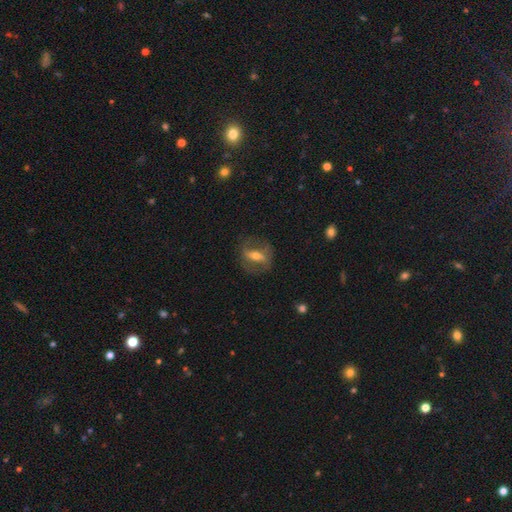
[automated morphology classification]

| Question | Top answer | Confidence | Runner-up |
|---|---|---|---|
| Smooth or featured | featured or disk | 68% | smooth (24%) |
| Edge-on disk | no | 74% | yes (26%) |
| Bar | strong | 63% | weak (23%) |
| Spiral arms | no | 55% | yes (45%) |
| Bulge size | moderate | 61% | small (30%) |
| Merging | none | 75% | minor disturbance (14%) |